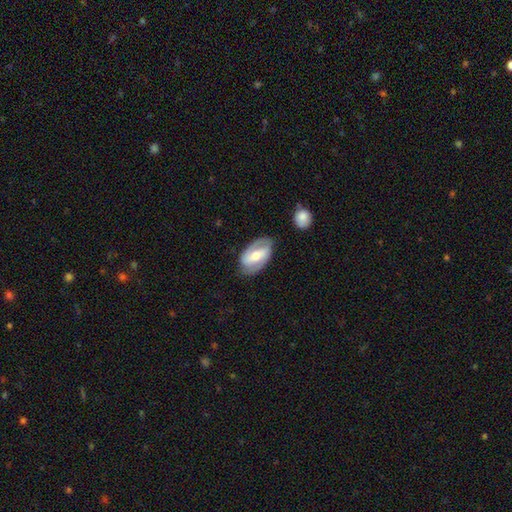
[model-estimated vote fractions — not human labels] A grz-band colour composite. It shows a featured or disk galaxy (66%) with a strong bar (44%), spiral arms (78%) and a moderate central bulge (64%). Merging: none (75%).